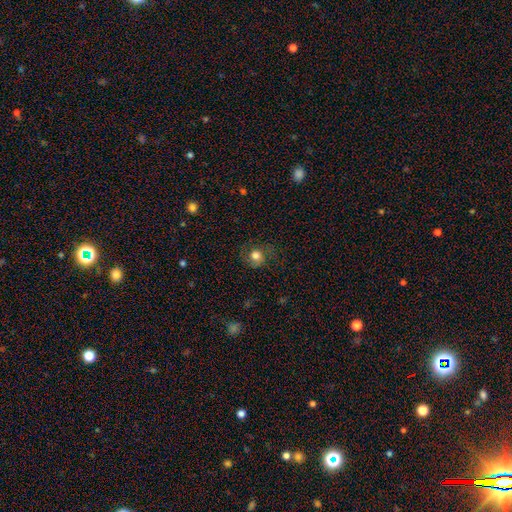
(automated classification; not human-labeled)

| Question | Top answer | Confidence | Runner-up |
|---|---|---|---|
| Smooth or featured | smooth | 72% | featured or disk (17%) |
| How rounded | round | 80% | in between (19%) |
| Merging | none | 67% | minor disturbance (19%) |